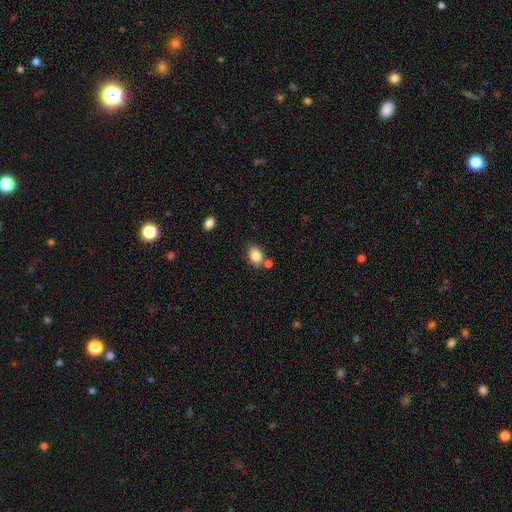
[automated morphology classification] type=smooth (85%); roundness=in between (77%); merging=none (69%).